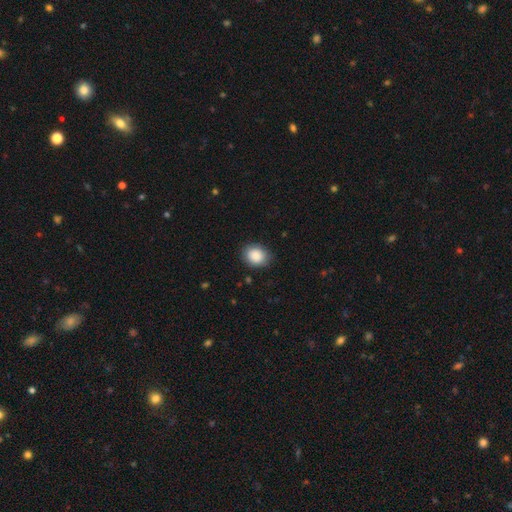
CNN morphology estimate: The model was most divided on "how rounded": round: 53%, in between: 46%, cigar-shaped: 1%. More confident: smooth or featured — smooth (88%); merging — none (84%).